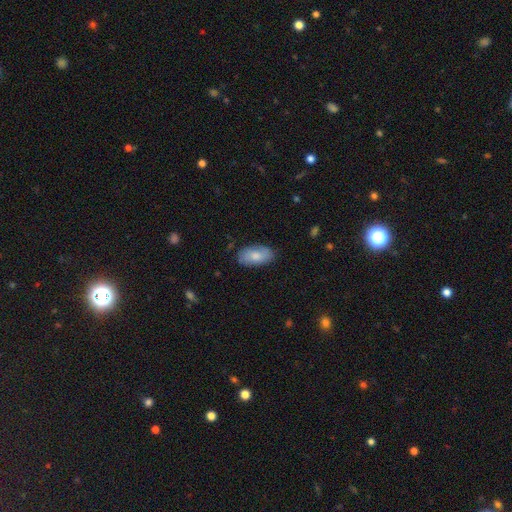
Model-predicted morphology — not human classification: Smooth or featured? Predicted: smooth (p=0.73). How rounded? Predicted: in between (p=0.94). Merging? Predicted: none (p=0.79).